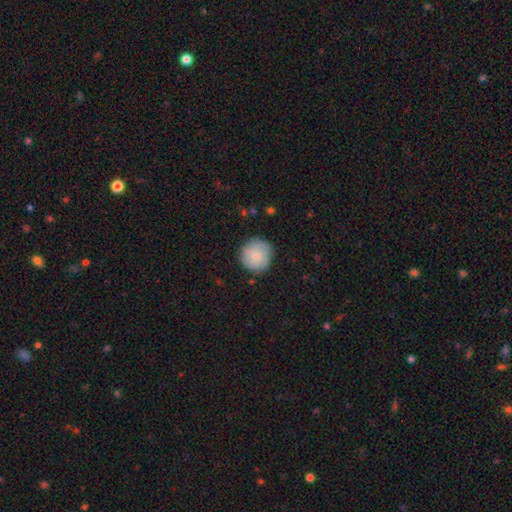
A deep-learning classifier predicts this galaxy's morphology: Smooth or featured? smooth (77%)
How rounded? round (94%)
Merging? none (82%)